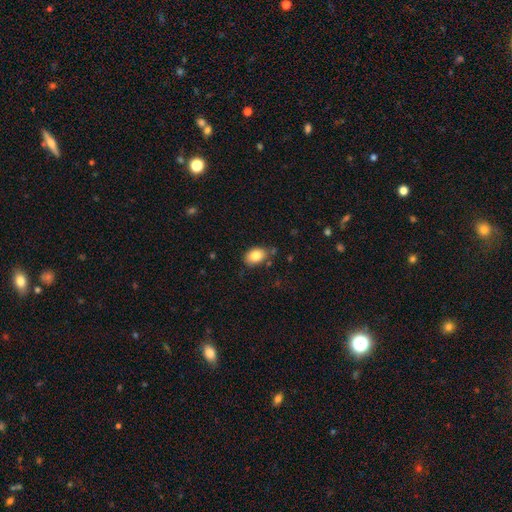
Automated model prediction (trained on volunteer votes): Overall: smooth (82%). How rounded: in between (79%). Merging: none (74%).